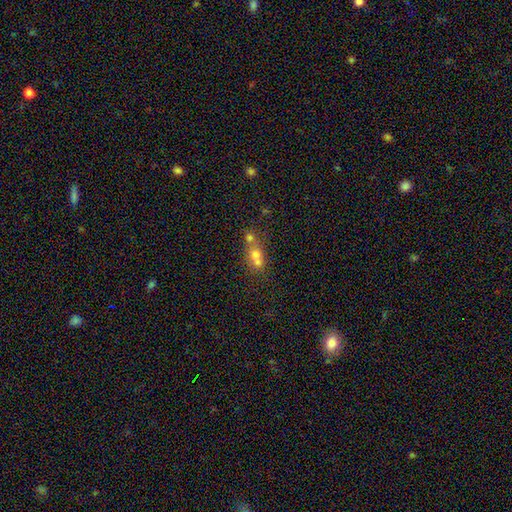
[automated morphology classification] Smooth or featured: smooth — 58% (featured or disk — 23%)
How rounded: round — 63% (in between — 34%)
Merging: merger — 60% (none — 28%)